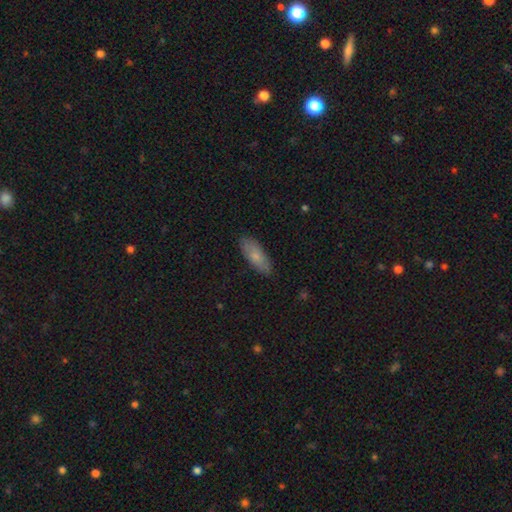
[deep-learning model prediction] Q: Smooth or featured?
A: smooth (77%); runner-up: featured or disk (17%)
Q: How rounded?
A: in between (70%); runner-up: cigar-shaped (28%)
Q: Merging?
A: none (85%); runner-up: minor disturbance (11%)